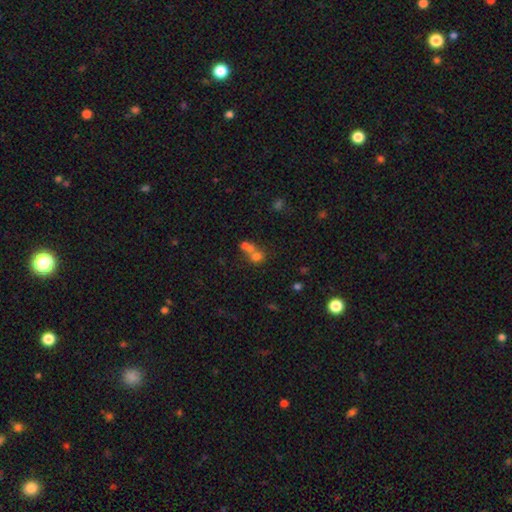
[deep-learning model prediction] A smooth galaxy with no disk features (59%) that is round (78%).

Vote fractions:
- Smooth or featured? smooth: 59% / star or artifact: 22% / featured or disk: 18%
- How rounded? round: 78% / in between: 20% / cigar-shaped: 1%
- Merging? merger: 56% / none: 34% / minor disturbance: 6% / major disturbance: 4%